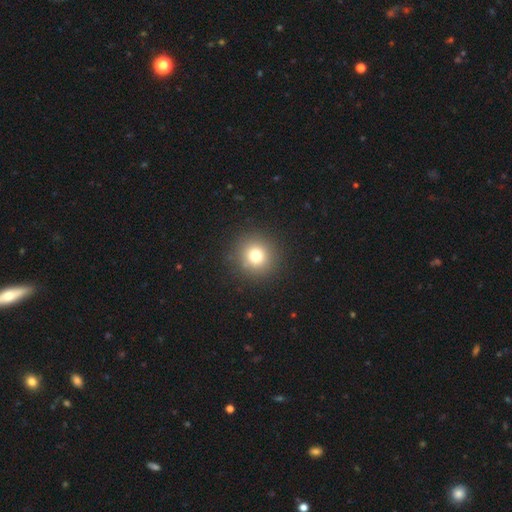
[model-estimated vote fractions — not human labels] smooth-or-featured: smooth: 77% | star or artifact: 14% | featured or disk: 9%
  how-rounded: round: 93% | in between: 6% | cigar-shaped: 1%
  merging: none: 91% | minor disturbance: 6% | major disturbance: 3% | merger: 1%